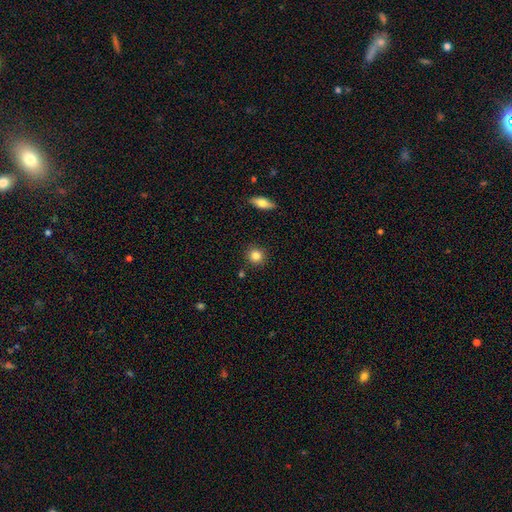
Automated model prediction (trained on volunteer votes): Q: Smooth or featured?
A: smooth (85%); runner-up: star or artifact (9%)
Q: How rounded?
A: round (88%); runner-up: in between (10%)
Q: Merging?
A: none (89%); runner-up: minor disturbance (7%)